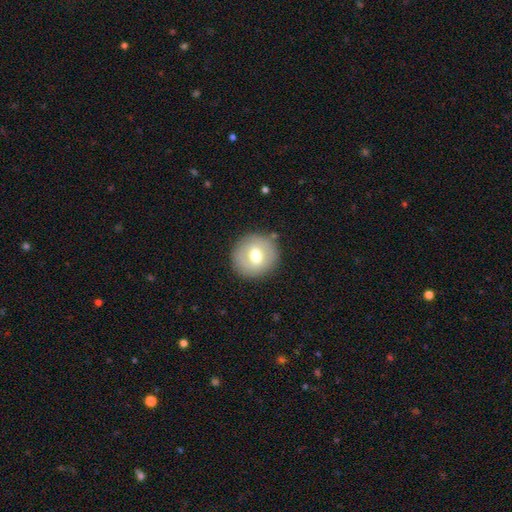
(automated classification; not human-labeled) Smooth or featured: smooth — 62% (featured or disk — 30%)
How rounded: round — 90% (in between — 9%)
Merging: none — 85% (minor disturbance — 10%)